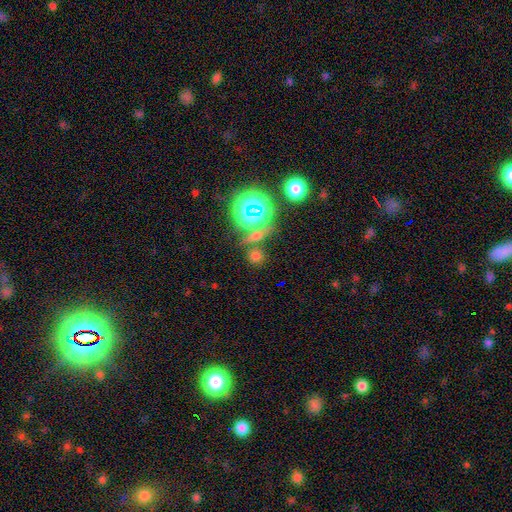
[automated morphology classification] Smooth or featured?
  - smooth: 51% *
  - star or artifact: 40%
  - featured or disk: 9%
How rounded?
  - round: 85% *
  - in between: 13%
  - cigar-shaped: 2%
Merging?
  - none: 71% *
  - merger: 15%
  - minor disturbance: 9%
  - major disturbance: 5%